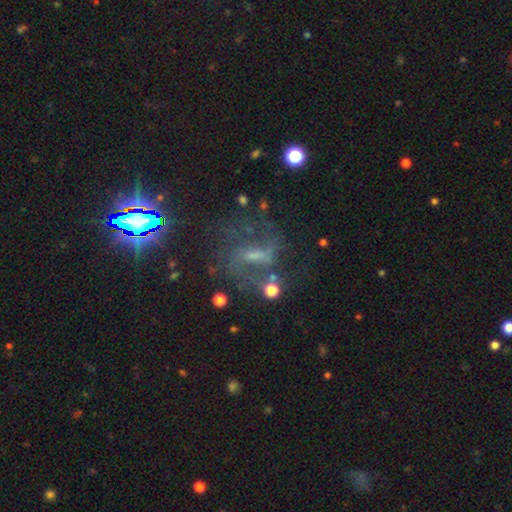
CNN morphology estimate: A featured or disk galaxy (59%) with a weak bar (42%), spiral arms (78%) and a small central bulge (42%). Merging: none (59%).